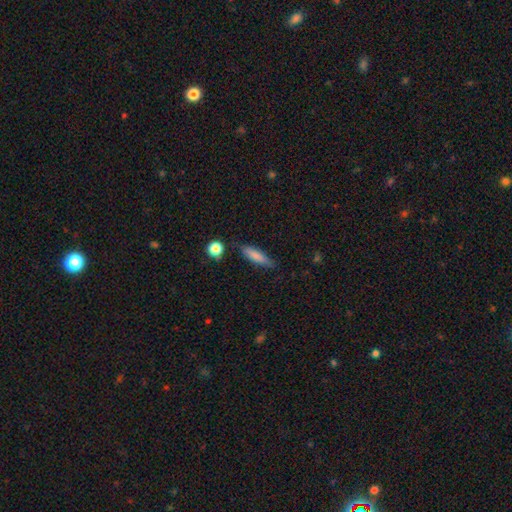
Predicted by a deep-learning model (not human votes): The model was most divided on "how rounded": cigar-shaped: 68%, in between: 29%, round: 2%. More confident: smooth or featured — smooth (80%); merging — none (78%).